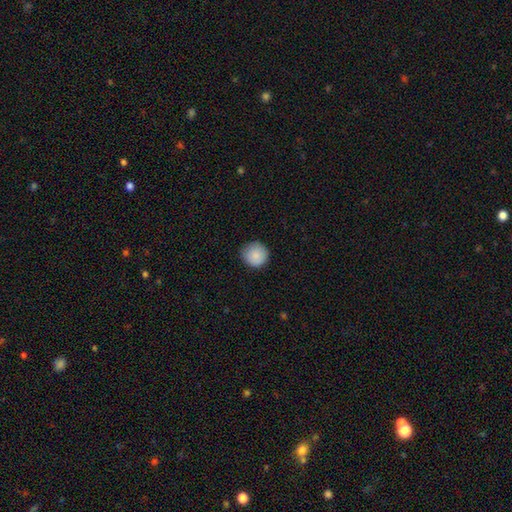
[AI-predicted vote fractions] This appears to be a smooth galaxy with no disk features (88%) that is round (94%). Merging: none (86%).